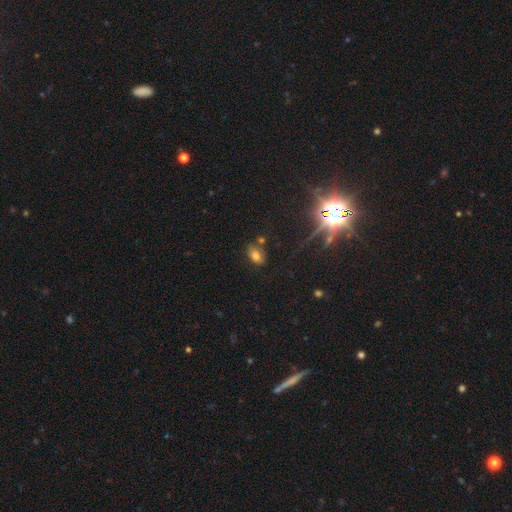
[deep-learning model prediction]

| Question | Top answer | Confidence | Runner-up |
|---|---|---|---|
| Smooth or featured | smooth | 73% | star or artifact (17%) |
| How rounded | in between | 87% | round (11%) |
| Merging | none | 71% | minor disturbance (16%) |